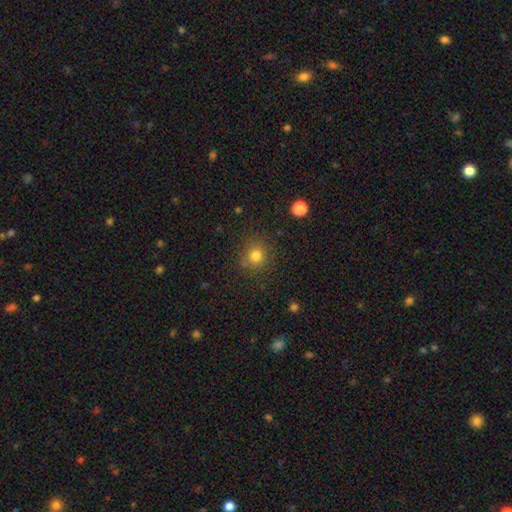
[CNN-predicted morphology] This is likely a smooth galaxy (79%). How rounded: clearly round (90%). Merging: clearly none (83%).